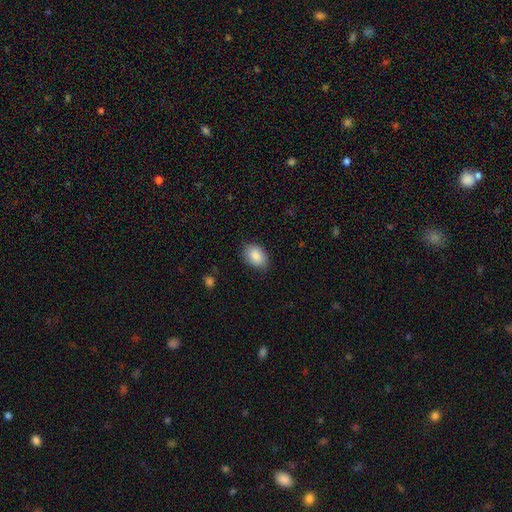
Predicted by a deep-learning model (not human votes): Smooth or featured? smooth (88%)
How rounded? in between (83%)
Merging? none (81%)